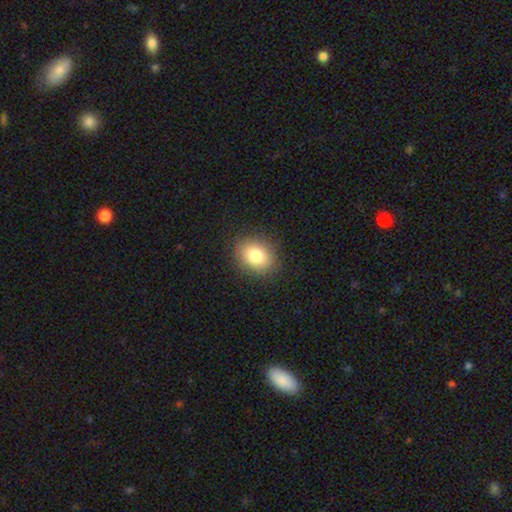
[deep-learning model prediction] A smooth galaxy with no disk features (83%) that is in between round and cigar-shaped (60%).

Vote fractions:
- Smooth or featured? smooth: 83% / star or artifact: 9% / featured or disk: 8%
- How rounded? in between: 60% / round: 39% / cigar-shaped: 1%
- Merging? none: 86% / minor disturbance: 10% / major disturbance: 3% / merger: 1%